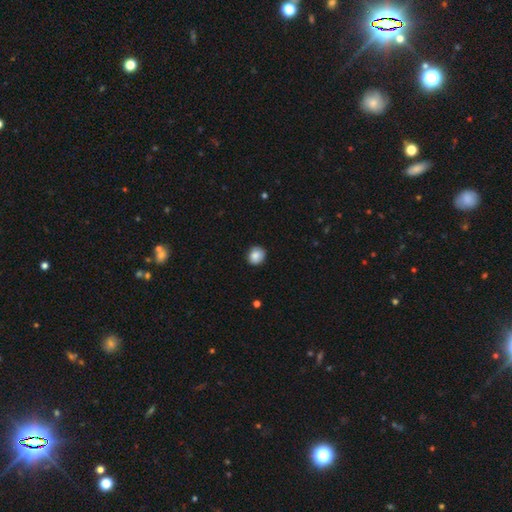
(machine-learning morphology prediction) A smooth galaxy with no disk features (85%) that is round (80%). Merging: none (84%).